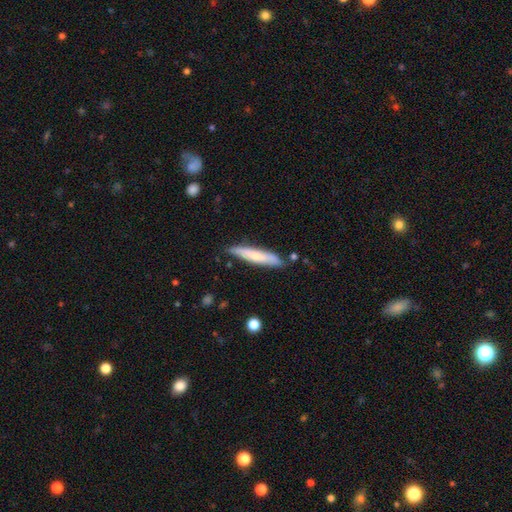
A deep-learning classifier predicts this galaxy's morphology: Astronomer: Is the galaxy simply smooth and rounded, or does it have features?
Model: smooth — 64%.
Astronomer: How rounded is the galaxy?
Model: cigar-shaped — 90%.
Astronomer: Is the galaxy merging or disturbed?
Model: none — 83%.